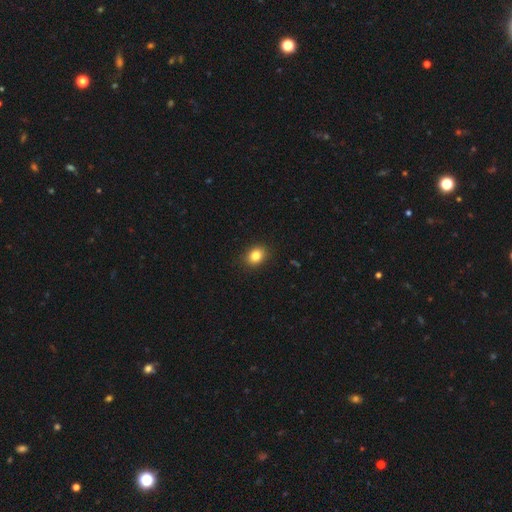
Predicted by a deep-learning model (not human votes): Smooth or featured: smooth — 83% (star or artifact — 11%)
How rounded: round — 51% (in between — 48%)
Merging: none — 89% (minor disturbance — 8%)